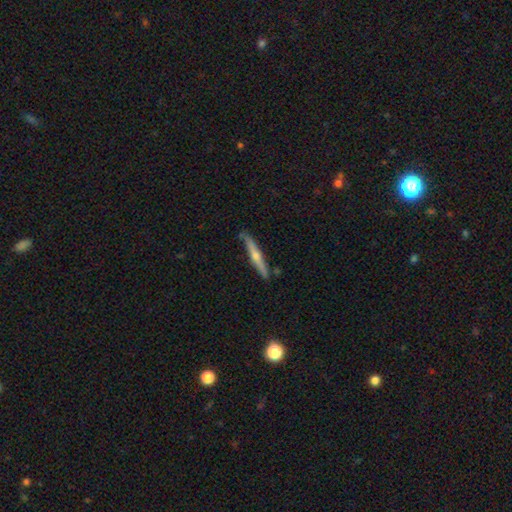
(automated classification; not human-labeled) Morphology: type=featured or disk (67%); edge-on=yes (96%); edge-on bulge=rounded (82%); merging=none (85%).